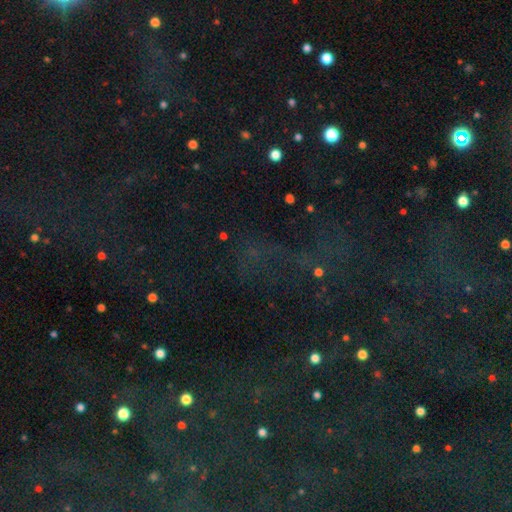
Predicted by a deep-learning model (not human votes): Q: Smooth or featured?
A: star or artifact (71%); runner-up: smooth (18%)